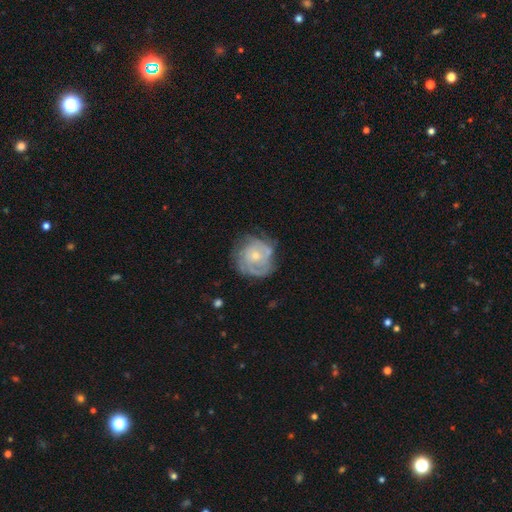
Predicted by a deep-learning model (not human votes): A featured or disk galaxy (73%) with no bar (82%), tight (65%) spiral arms (82%) and a small central bulge (59%).

Vote fractions:
- Smooth or featured? featured or disk: 73% / smooth: 21% / star or artifact: 6%
- Edge-on disk? no: 98% / yes: 2%
- Bar? no: 82% / weak: 16% / strong: 3%
- Spiral arms? yes: 82% / no: 18%
- Spiral winding? tight: 65% / medium: 26% / loose: 9%
- Spiral arm count? can't tell: 44% / 2: 20% / 3: 18% / 4: 7% / 1: 6% / more than 4: 4%
- Bulge size? small: 59% / moderate: 37% / none: 2% / large: 2% / dominant: 1%
- Merging? none: 62% / minor disturbance: 24% / major disturbance: 12% / merger: 3%